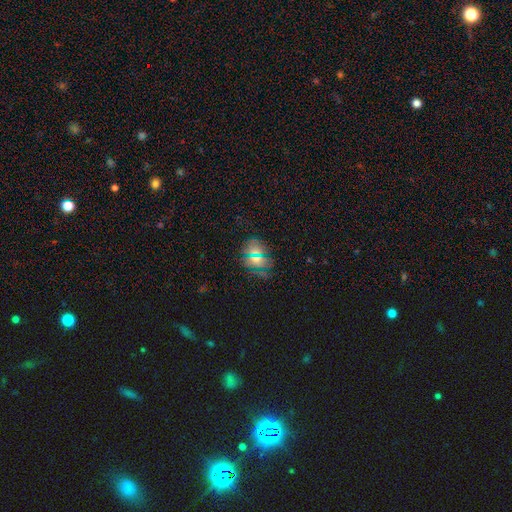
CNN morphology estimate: Overall: smooth (58%; star or artifact 29%). How rounded: round (57%; in between 39%). Merging: none (78%).